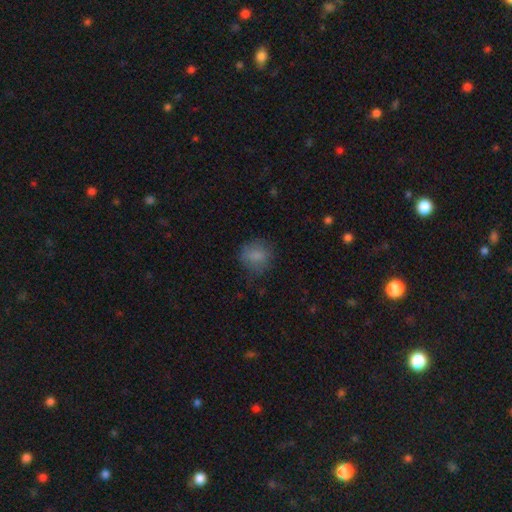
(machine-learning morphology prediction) Smooth or featured? smooth (79%)
How rounded? round (78%)
Merging? none (69%)